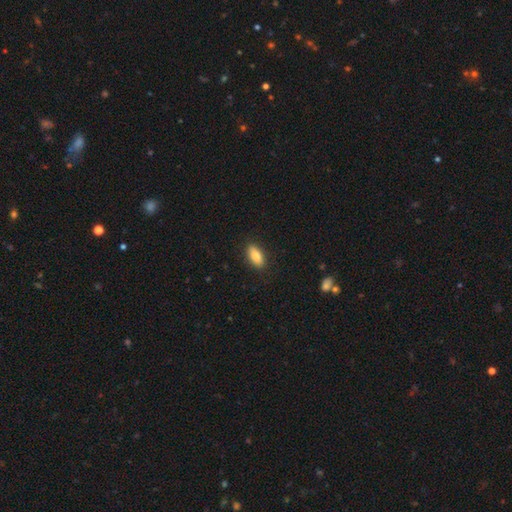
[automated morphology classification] type=smooth (84%); roundness=in between (85%); merging=none (88%).